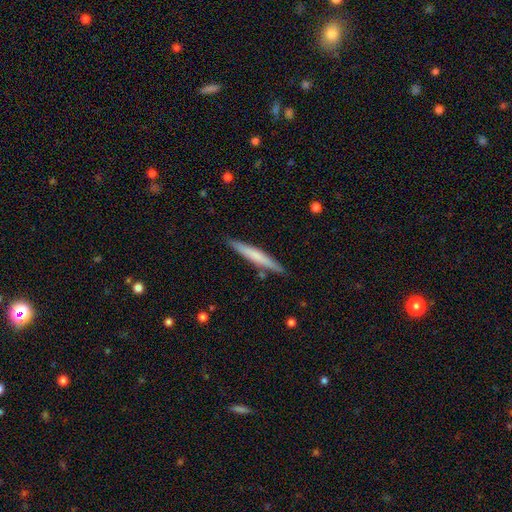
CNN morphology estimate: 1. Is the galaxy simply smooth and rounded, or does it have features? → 63% smooth, 32% featured or disk, 5% star or artifact.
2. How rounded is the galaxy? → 95% cigar-shaped, 3% in between, 1% round.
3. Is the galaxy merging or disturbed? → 88% none, 9% minor disturbance, 2% merger, 2% major disturbance.